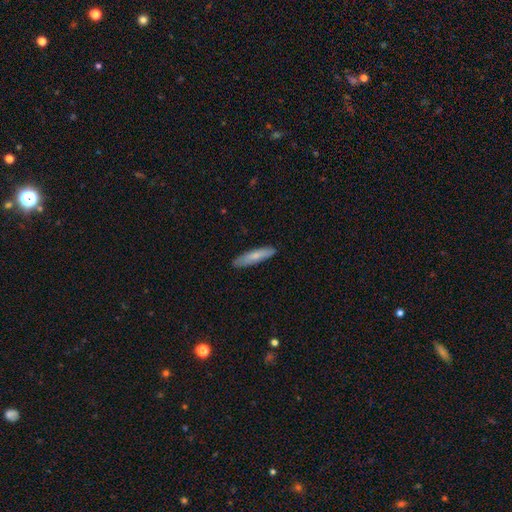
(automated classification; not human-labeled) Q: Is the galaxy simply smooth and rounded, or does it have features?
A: smooth — 73%.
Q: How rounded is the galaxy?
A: cigar-shaped — 81%.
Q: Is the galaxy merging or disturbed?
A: none — 88%.